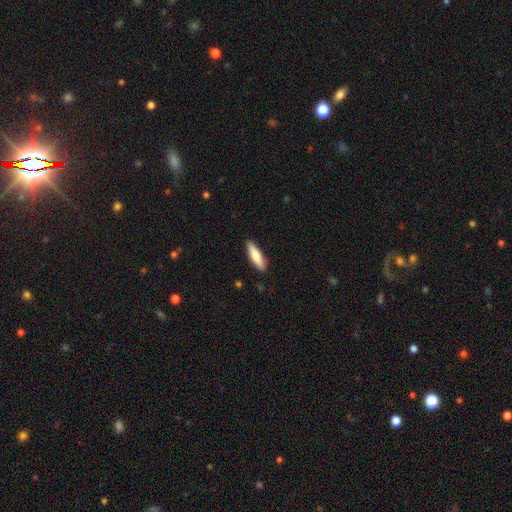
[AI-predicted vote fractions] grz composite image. It shows a smooth galaxy with no disk features (78%) that is cigar-shaped (64%). Merging: none (88%).